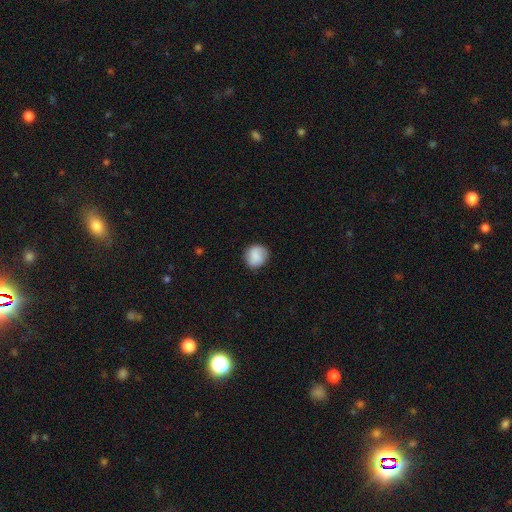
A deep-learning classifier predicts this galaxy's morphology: A smooth galaxy with no disk features (82%) that is round (84%).

Vote fractions:
- Smooth or featured? smooth: 82% / featured or disk: 11% / star or artifact: 7%
- How rounded? round: 84% / in between: 15% / cigar-shaped: 1%
- Merging? none: 83% / minor disturbance: 12% / major disturbance: 3% / merger: 1%